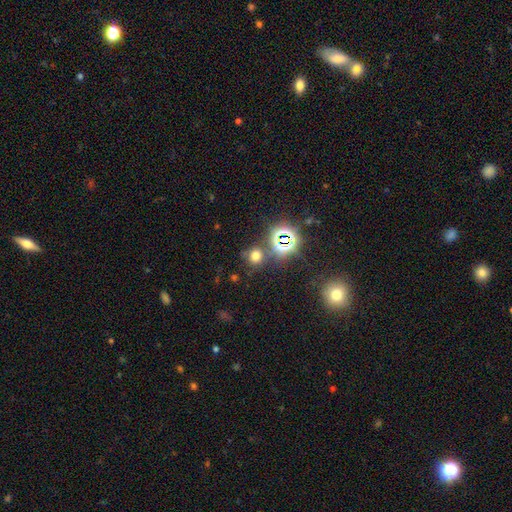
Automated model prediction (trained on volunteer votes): smooth_or_featured: smooth (p=0.57) [alt: star or artifact p=0.35]
how_rounded: round (p=0.85) [alt: in between p=0.14]
merging: none (p=0.76) [alt: minor disturbance p=0.10]